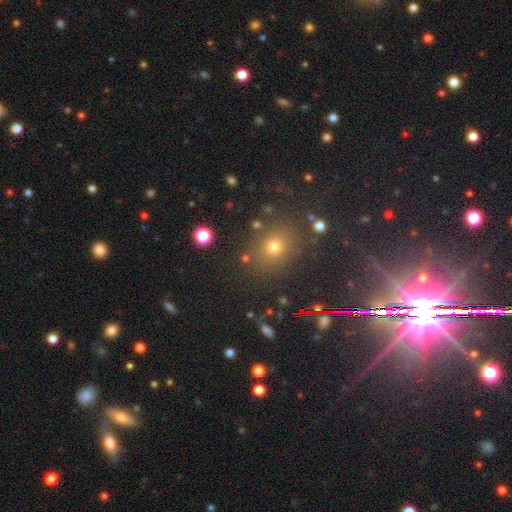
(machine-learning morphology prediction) star or artifact 61%, smooth 22%, featured or disk 17%.